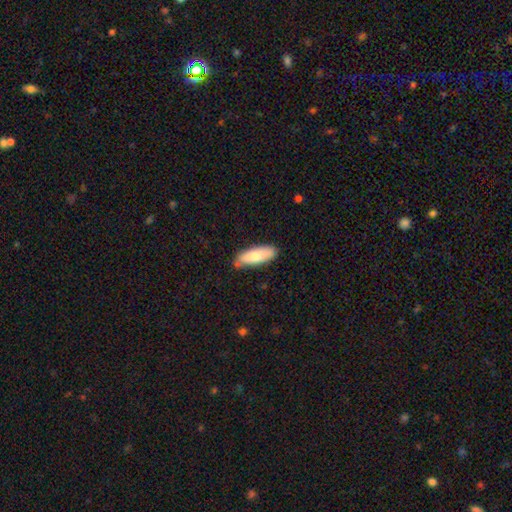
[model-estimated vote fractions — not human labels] This appears to be a smooth galaxy with no disk features (78%) that is in between round and cigar-shaped (60%). Merging: none (79%).